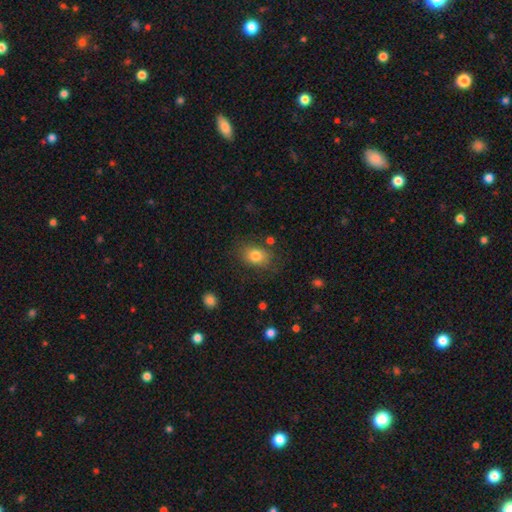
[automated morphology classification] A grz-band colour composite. It shows a smooth galaxy with no disk features (80%) that is in between round and cigar-shaped (67%). Merging: none (77%).